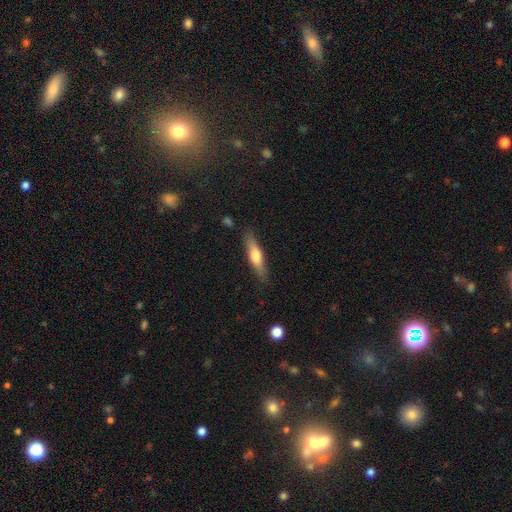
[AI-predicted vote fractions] This appears to be a smooth galaxy with no disk features (58%) that is cigar-shaped (77%). Merging: none (84%).